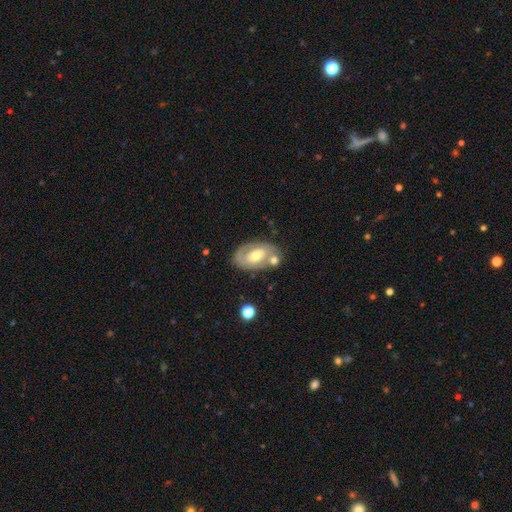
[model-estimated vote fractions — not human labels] A featured or disk galaxy (70%) with no bar (55%), spiral arms (72%) and a moderate central bulge (63%). Merging: none (60%).